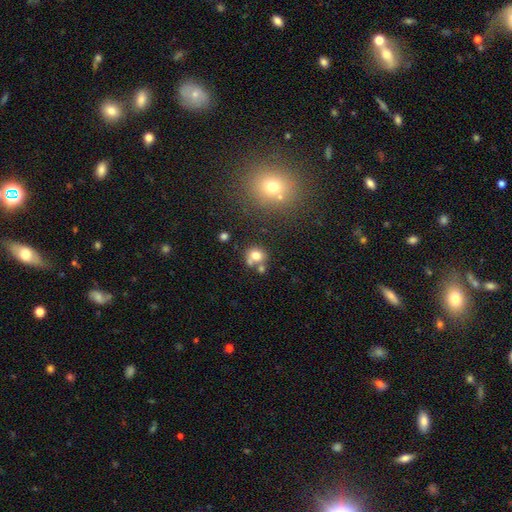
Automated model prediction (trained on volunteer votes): The model was most divided on "merging": none: 54%, merger: 28%, minor disturbance: 12%, major disturbance: 5%. More confident: how rounded — round (79%); smooth or featured — smooth (74%).